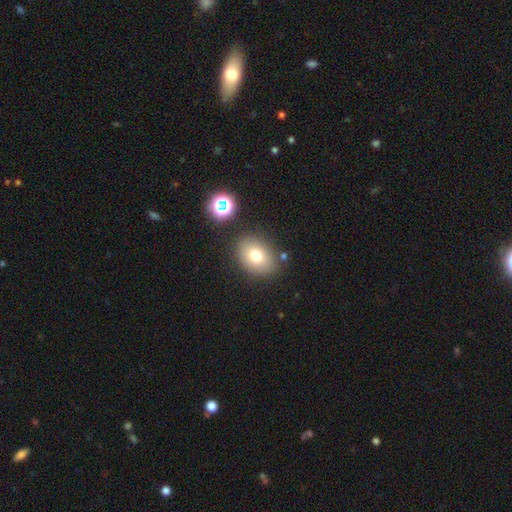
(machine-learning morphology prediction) Smooth or featured? Predicted: smooth (p=0.75). How rounded? Predicted: in between (p=0.63). Merging? Predicted: none (p=0.81).